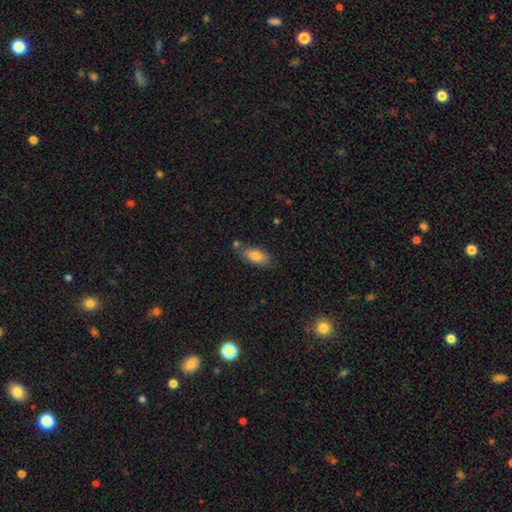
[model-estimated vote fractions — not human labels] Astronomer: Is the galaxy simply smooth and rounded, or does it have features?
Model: smooth — 82%.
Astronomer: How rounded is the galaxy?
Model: in between — 89%.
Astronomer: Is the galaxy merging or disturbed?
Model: none — 71%.